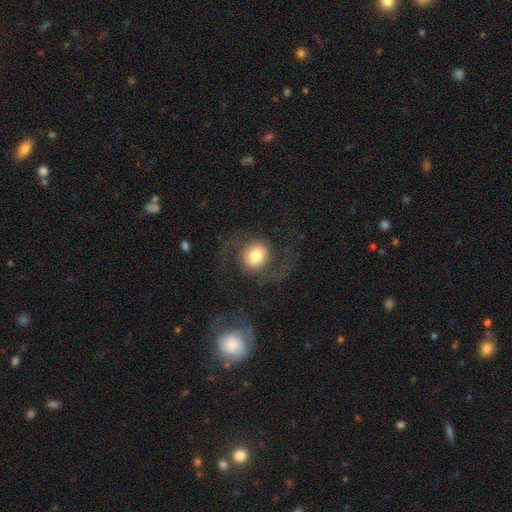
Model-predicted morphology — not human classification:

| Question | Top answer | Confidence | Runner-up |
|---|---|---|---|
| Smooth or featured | featured or disk | 50% | smooth (41%) |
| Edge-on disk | no | 96% | yes (4%) |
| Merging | none | 67% | major disturbance (19%) |